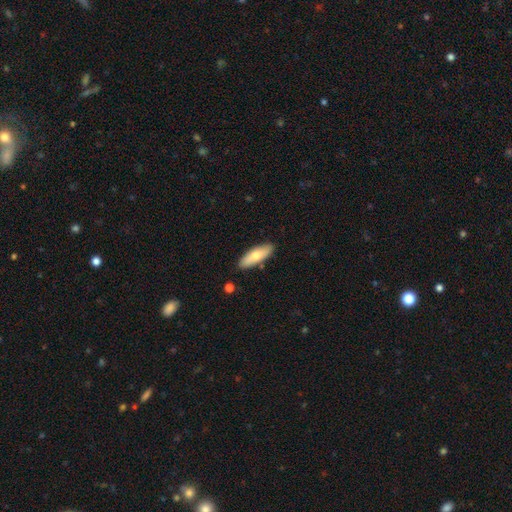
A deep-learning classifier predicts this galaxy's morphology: A smooth galaxy with no disk features (69%) that is in between round and cigar-shaped (63%). Merging: none (85%).